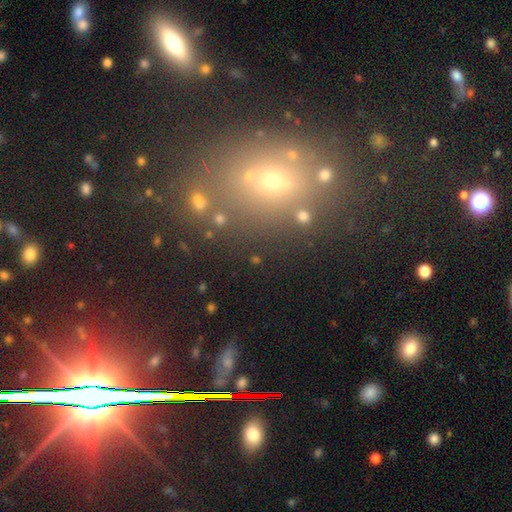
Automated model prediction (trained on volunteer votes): A smooth galaxy with no disk features (46%). Merging: none (73%).